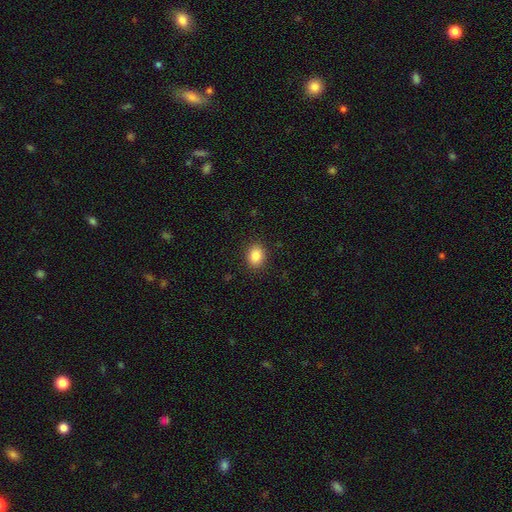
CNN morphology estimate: smooth_or_featured: smooth (p=0.86) [alt: star or artifact p=0.09]
how_rounded: in between (p=0.55) [alt: round p=0.44]
merging: none (p=0.89) [alt: minor disturbance p=0.08]